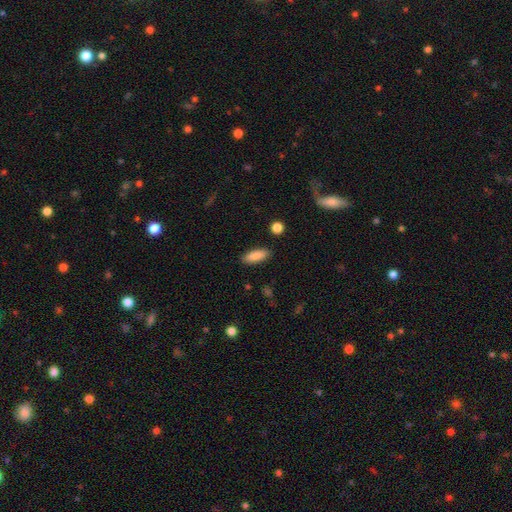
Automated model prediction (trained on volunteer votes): This is clearly a smooth galaxy (88%). How rounded: likely in between (69%). Merging: clearly none (89%).